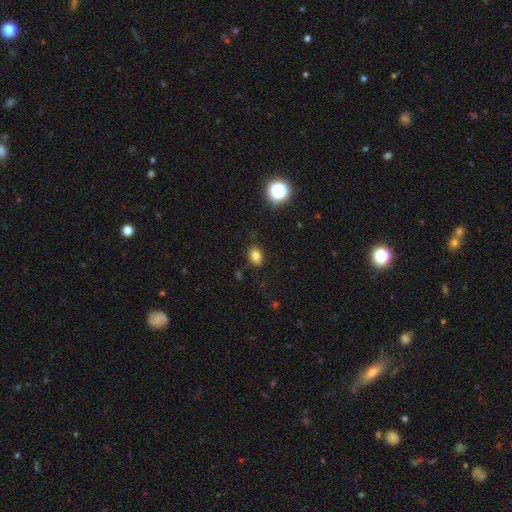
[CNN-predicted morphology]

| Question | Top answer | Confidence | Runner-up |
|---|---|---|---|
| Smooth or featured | smooth | 81% | star or artifact (13%) |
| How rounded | in between | 78% | round (21%) |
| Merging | none | 84% | minor disturbance (11%) |